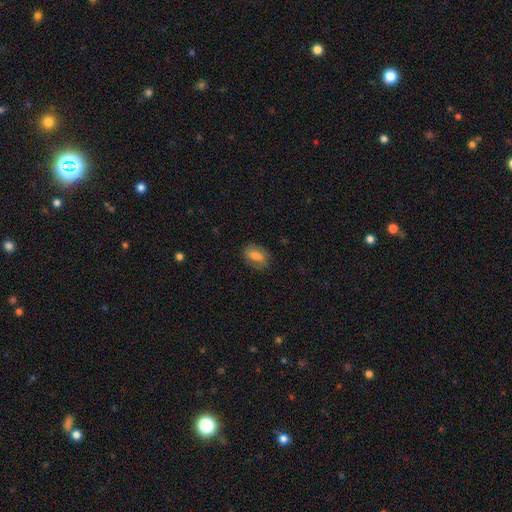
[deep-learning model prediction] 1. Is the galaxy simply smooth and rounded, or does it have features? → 68% smooth, 24% featured or disk, 8% star or artifact.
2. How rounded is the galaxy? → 84% in between, 12% round, 3% cigar-shaped.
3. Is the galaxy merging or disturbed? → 77% none, 17% minor disturbance, 5% major disturbance, 1% merger.